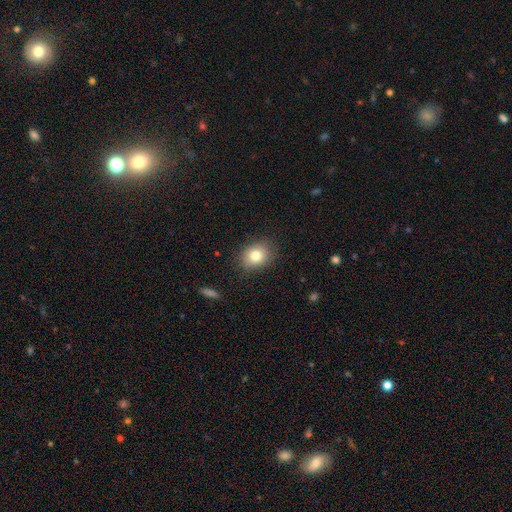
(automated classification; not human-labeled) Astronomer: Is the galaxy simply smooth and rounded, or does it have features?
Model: smooth — 80%.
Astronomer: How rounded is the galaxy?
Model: round — 51% (runner-up: in between, 48%).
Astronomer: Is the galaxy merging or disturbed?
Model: none — 85%.